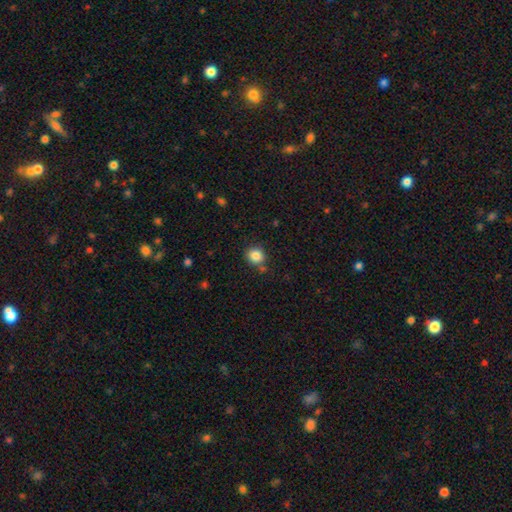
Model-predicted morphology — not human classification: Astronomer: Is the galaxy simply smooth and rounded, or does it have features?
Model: smooth — 85%.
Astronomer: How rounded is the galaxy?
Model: round — 84%.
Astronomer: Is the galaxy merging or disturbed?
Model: none — 78%.